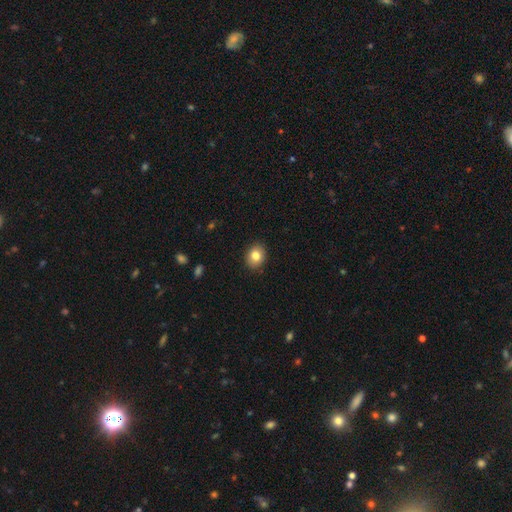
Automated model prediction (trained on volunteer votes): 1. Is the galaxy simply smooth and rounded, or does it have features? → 82% smooth, 9% star or artifact, 9% featured or disk.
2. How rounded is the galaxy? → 55% round, 45% in between, 1% cigar-shaped.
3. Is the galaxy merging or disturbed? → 90% none, 7% minor disturbance, 2% major disturbance, 1% merger.